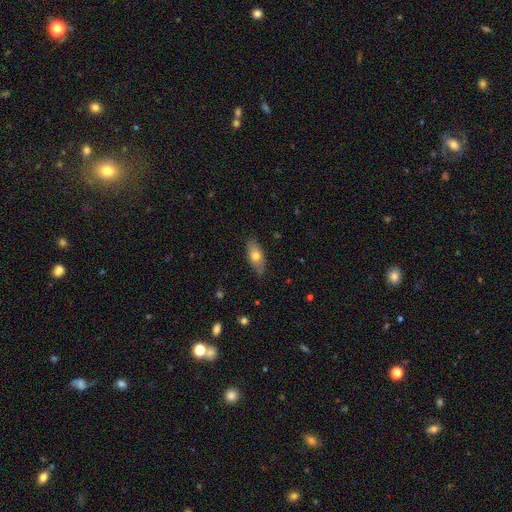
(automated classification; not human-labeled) smooth 68%, featured or disk 25%, star or artifact 7%. Down the decision tree: how rounded — in between (83%); merging — none (83%).